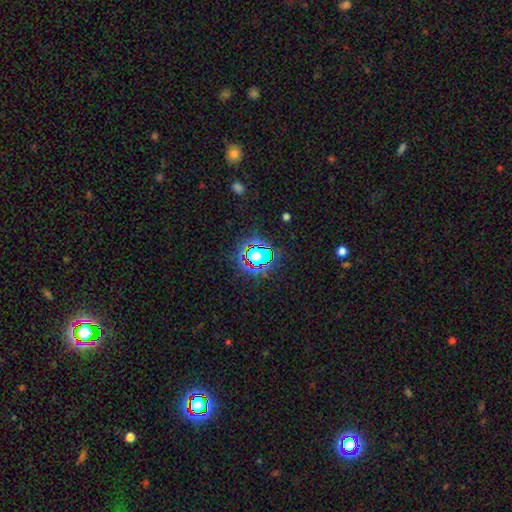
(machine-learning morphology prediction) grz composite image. It shows a star or artifact, not a galaxy (60%).